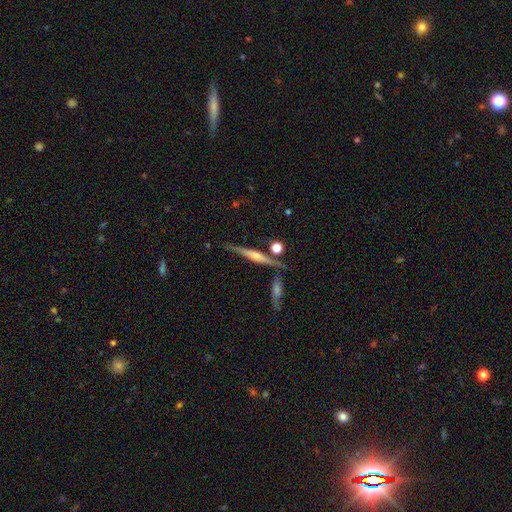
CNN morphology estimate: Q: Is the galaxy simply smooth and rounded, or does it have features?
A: featured or disk — 77%.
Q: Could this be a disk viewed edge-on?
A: yes — 97%.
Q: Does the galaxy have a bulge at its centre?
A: rounded — 80%.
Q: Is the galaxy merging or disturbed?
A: none — 80%.